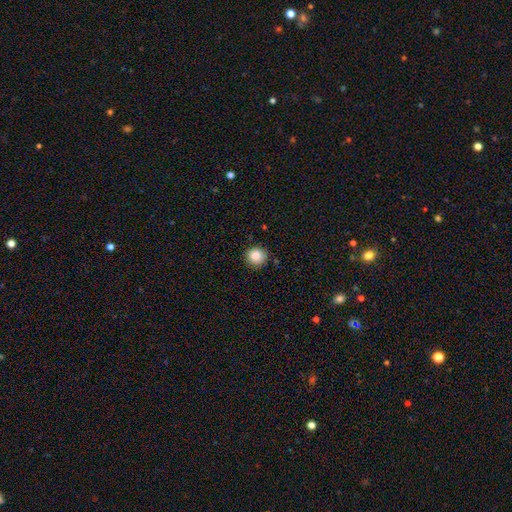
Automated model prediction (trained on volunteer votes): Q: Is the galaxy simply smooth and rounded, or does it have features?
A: smooth — 86%.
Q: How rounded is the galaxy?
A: round — 92%.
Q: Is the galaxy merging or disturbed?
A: none — 88%.